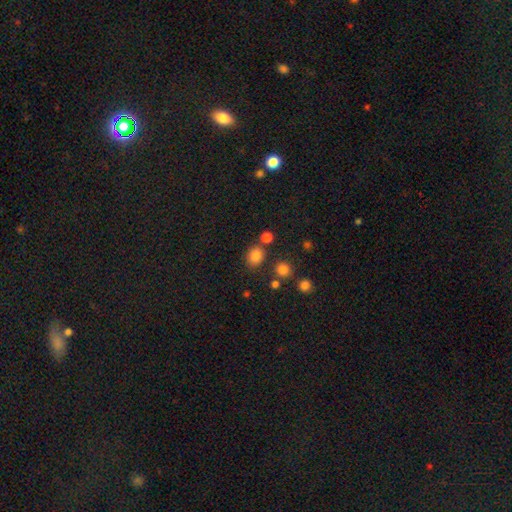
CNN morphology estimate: Overall: smooth (82%). How rounded: round (61%; in between 38%). Merging: none (75%).